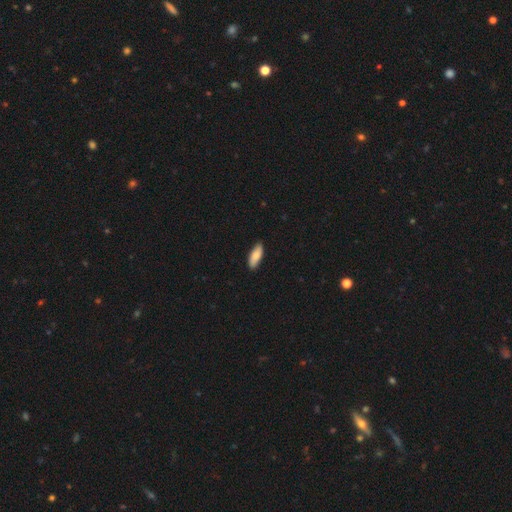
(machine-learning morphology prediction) smooth_or_featured: smooth (p=0.84) [alt: featured or disk p=0.11]
how_rounded: in between (p=0.70) [alt: cigar-shaped p=0.28]
merging: none (p=0.86) [alt: minor disturbance p=0.11]